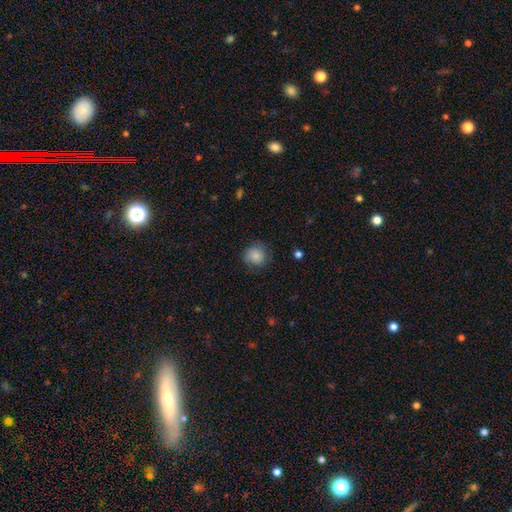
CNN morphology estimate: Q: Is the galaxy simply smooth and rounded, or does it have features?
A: smooth — 83%.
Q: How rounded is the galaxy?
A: round — 88%.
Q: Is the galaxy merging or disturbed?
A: none — 78%.